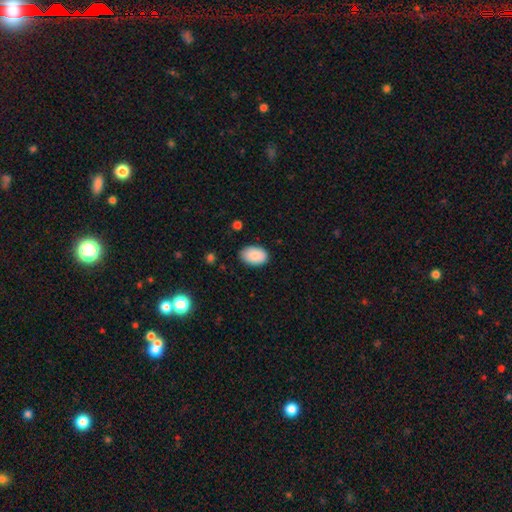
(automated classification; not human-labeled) This is clearly a smooth galaxy (90%). How rounded: clearly in between (90%). Merging: clearly none (85%).